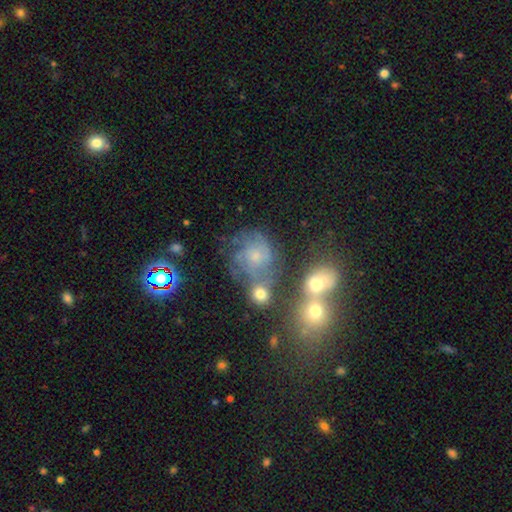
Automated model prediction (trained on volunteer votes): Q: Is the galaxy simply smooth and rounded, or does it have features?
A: featured or disk — 54%.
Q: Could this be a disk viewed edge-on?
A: no — 97%.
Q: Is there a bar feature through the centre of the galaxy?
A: no — 78%.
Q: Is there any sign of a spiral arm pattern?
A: yes — 75%.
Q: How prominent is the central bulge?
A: small — 53%.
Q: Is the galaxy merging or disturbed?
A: none — 41%.